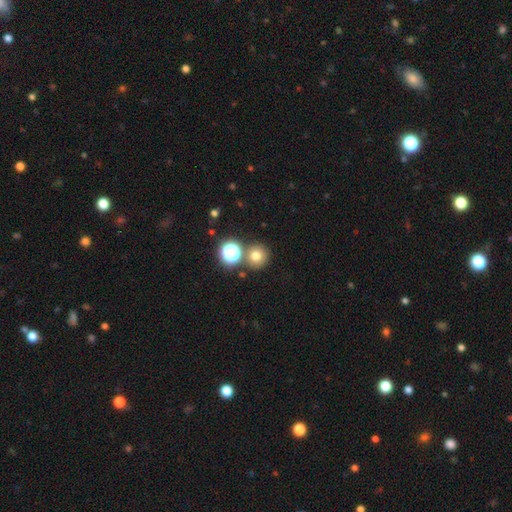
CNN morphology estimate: The model was most divided on "smooth or featured": smooth: 72%, star or artifact: 19%, featured or disk: 9%. More confident: how rounded — round (91%); merging — none (76%).